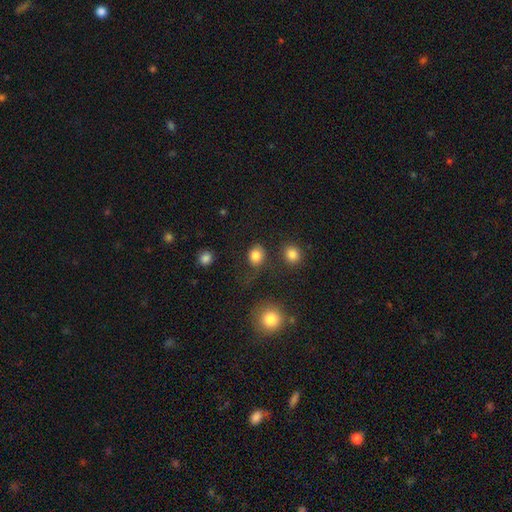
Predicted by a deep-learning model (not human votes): This appears to be a smooth galaxy with no disk features (83%) that is round (65%). Merging: none (72%).